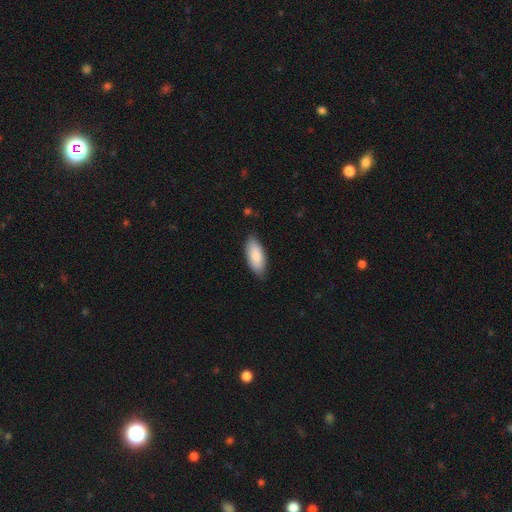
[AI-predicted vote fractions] Smooth or featured? smooth (85%)
How rounded? in between (84%)
Merging? none (82%)